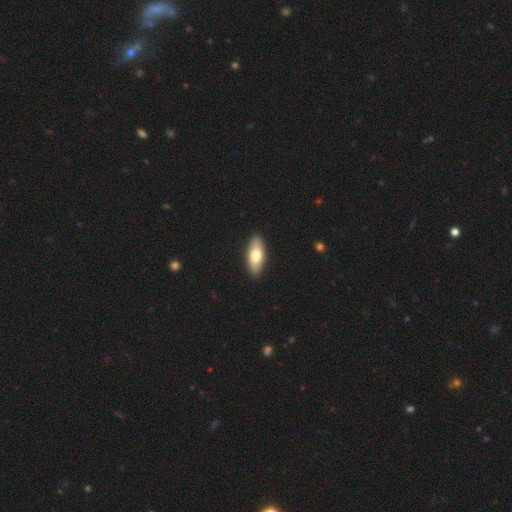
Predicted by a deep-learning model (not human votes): A smooth galaxy with no disk features (69%) that is in between round and cigar-shaped (75%). Merging: none (91%).